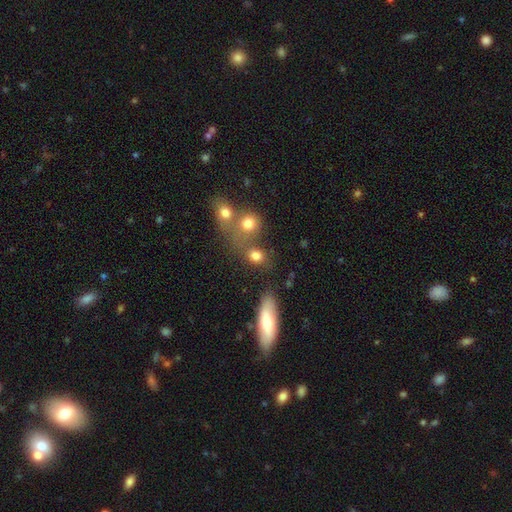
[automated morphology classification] This appears to be a smooth galaxy with no disk features (79%) that is round (57%). Merging: none (51%).